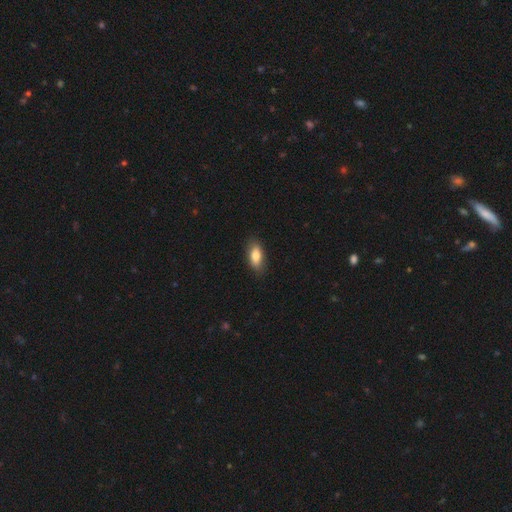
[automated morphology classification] The model was most divided on "smooth or featured": smooth: 79%, featured or disk: 14%, star or artifact: 7%. More confident: merging — none (85%); how rounded — in between (83%).